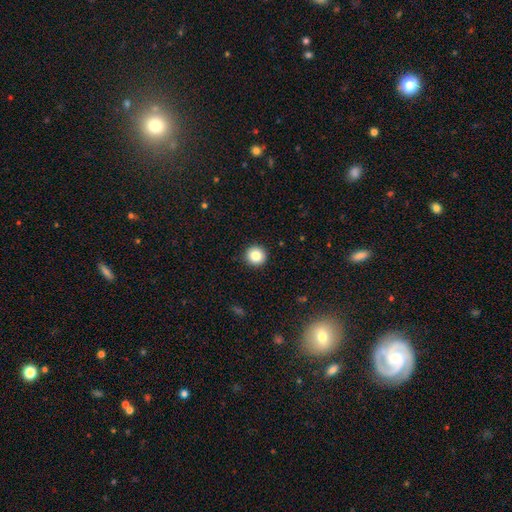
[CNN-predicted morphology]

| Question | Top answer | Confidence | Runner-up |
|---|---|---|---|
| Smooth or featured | smooth | 84% | star or artifact (10%) |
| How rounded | round | 96% | in between (3%) |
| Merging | none | 93% | minor disturbance (5%) |